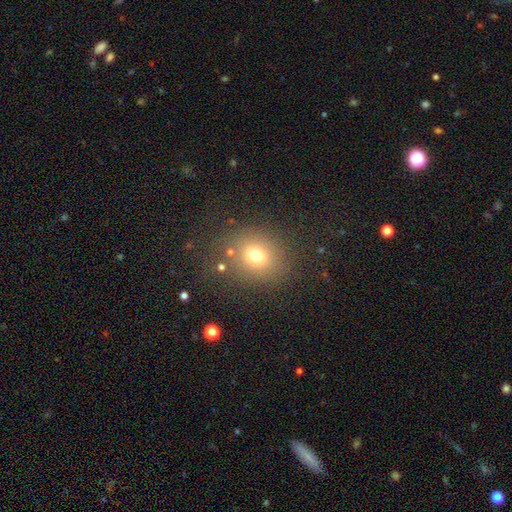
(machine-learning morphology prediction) type=smooth (72%); roundness=round (68%); merging=none (77%).